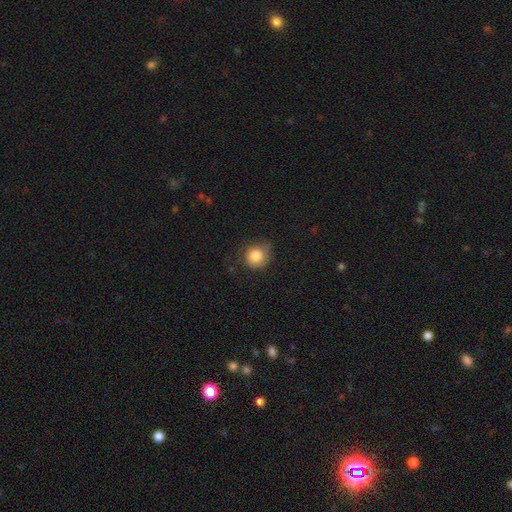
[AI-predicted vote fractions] Smooth or featured: smooth — 82% (featured or disk — 10%)
How rounded: round — 85% (in between — 14%)
Merging: none — 62% (minor disturbance — 27%)